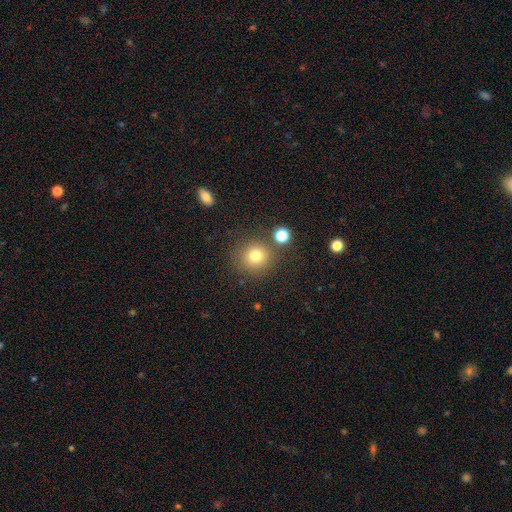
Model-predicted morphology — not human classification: A smooth galaxy with no disk features (78%) that is round (90%).

Vote fractions:
- Smooth or featured? smooth: 78% / star or artifact: 14% / featured or disk: 9%
- How rounded? round: 90% / in between: 9% / cigar-shaped: 1%
- Merging? none: 79% / minor disturbance: 9% / merger: 8% / major disturbance: 4%